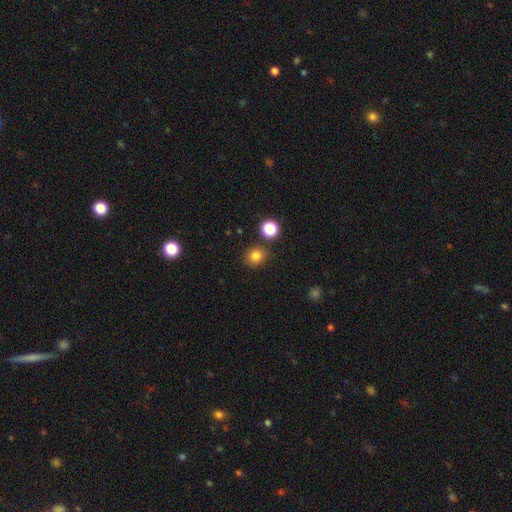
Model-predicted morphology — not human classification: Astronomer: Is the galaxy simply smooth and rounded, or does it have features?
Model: smooth — 81%.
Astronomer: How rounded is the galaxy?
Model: round — 73%.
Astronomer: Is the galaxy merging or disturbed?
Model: none — 82%.